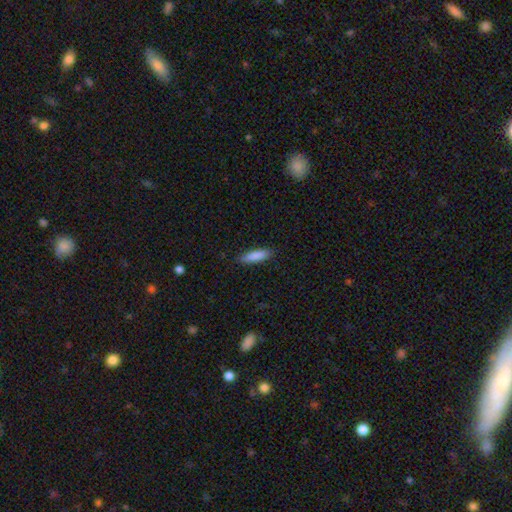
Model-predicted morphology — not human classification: Smooth or featured?
  - smooth: 86% *
  - featured or disk: 7%
  - star or artifact: 6%
How rounded?
  - cigar-shaped: 68% *
  - in between: 30%
  - round: 1%
Merging?
  - none: 87% *
  - minor disturbance: 10%
  - major disturbance: 2%
  - merger: 1%